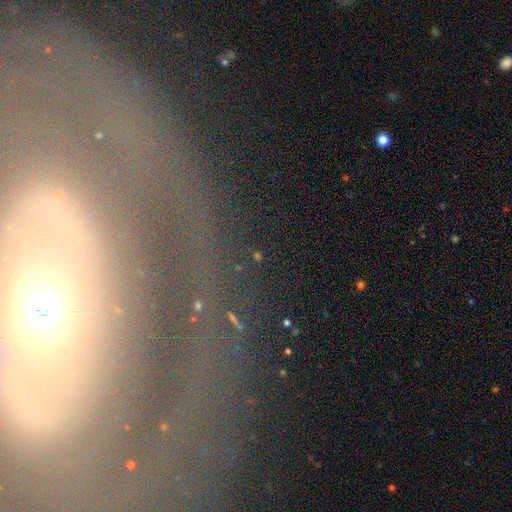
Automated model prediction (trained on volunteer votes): The model was most divided on "smooth or featured": star or artifact: 55%, featured or disk: 27%, smooth: 18%.